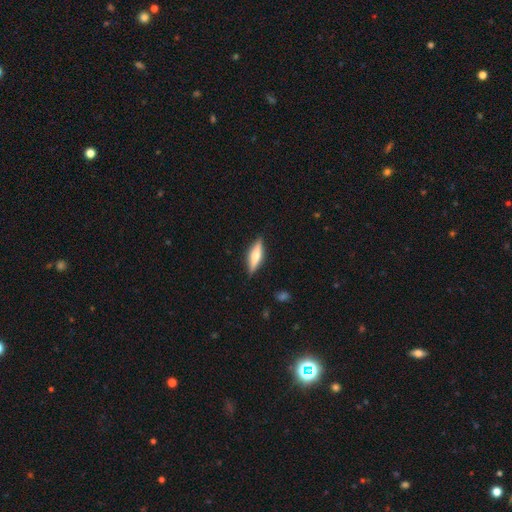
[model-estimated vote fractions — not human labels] Q: Smooth or featured?
A: featured or disk (49%); runner-up: smooth (45%)
Q: Merging?
A: none (87%); runner-up: minor disturbance (10%)